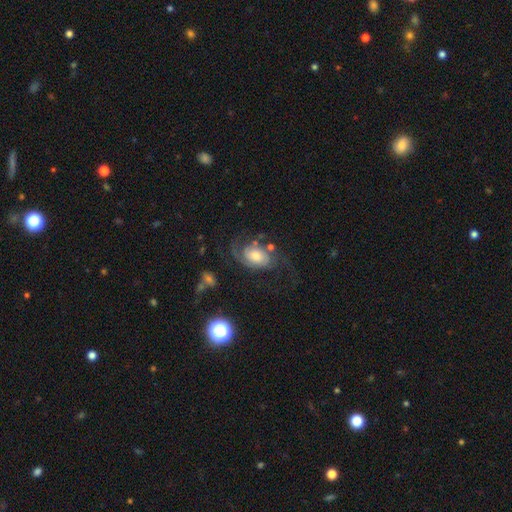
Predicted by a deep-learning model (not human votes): Smooth or featured?
  - featured or disk: 78% *
  - smooth: 14%
  - star or artifact: 8%
Edge-on disk?
  - no: 97% *
  - yes: 3%
Bar?
  - no: 68% *
  - weak: 27%
  - strong: 5%
Spiral arms?
  - yes: 94% *
  - no: 6%
Spiral winding?
  - medium: 42% *
  - tight: 34%
  - loose: 24%
Spiral arm count?
  - 2: 60% *
  - can't tell: 14%
  - 1: 10%
  - 3: 9%
  - 4: 3%
  - more than 4: 3%
Bulge size?
  - moderate: 50% *
  - small: 22%
  - large: 21%
  - none: 4%
  - dominant: 3%
Merging?
  - none: 56% *
  - major disturbance: 23%
  - minor disturbance: 18%
  - merger: 4%